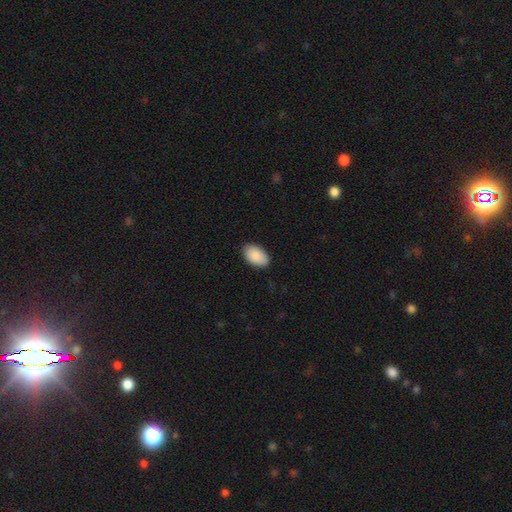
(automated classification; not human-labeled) Smooth or featured?
  - smooth: 90% *
  - star or artifact: 6%
  - featured or disk: 4%
How rounded?
  - in between: 94% *
  - round: 4%
  - cigar-shaped: 1%
Merging?
  - none: 85% *
  - minor disturbance: 12%
  - major disturbance: 2%
  - merger: 1%